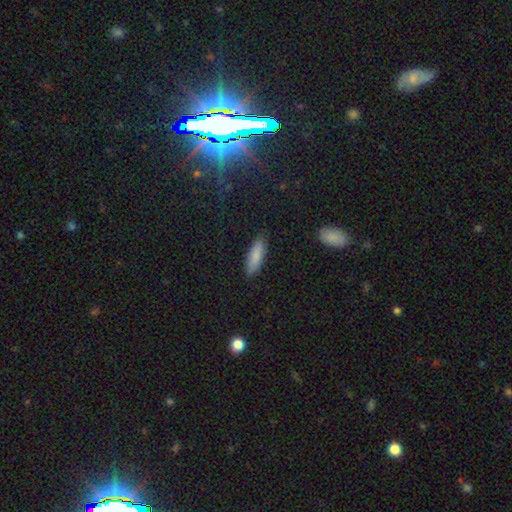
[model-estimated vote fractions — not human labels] Overall: smooth (84%). How rounded: in between (51%; cigar-shaped 47%). Merging: none (87%).